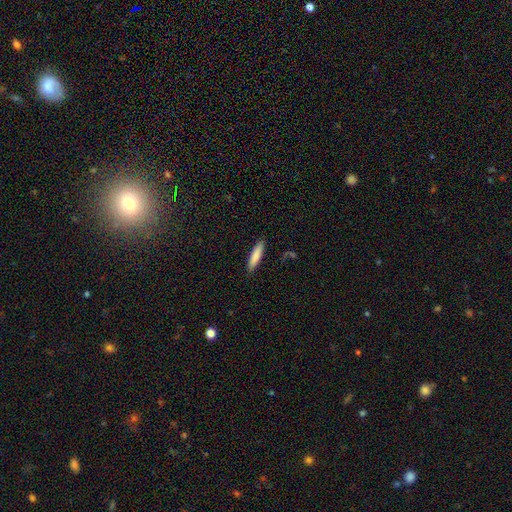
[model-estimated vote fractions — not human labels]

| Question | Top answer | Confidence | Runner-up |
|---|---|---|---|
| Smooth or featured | smooth | 82% | featured or disk (12%) |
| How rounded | cigar-shaped | 82% | in between (16%) |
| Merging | none | 88% | minor disturbance (9%) |